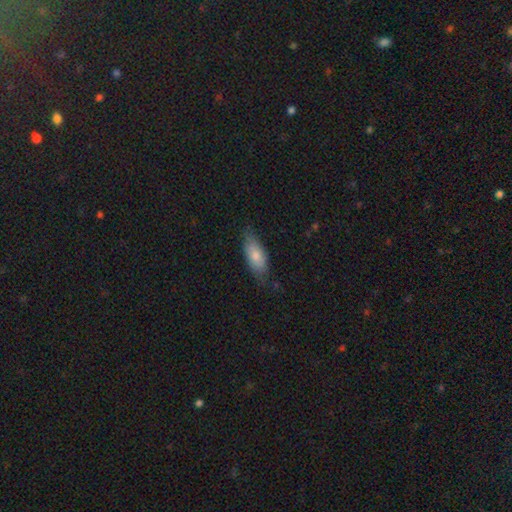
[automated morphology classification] smooth-or-featured: smooth: 77% | featured or disk: 17% | star or artifact: 6%
  how-rounded: in between: 79% | cigar-shaped: 18% | round: 2%
  merging: none: 73% | minor disturbance: 22% | major disturbance: 4% | merger: 1%